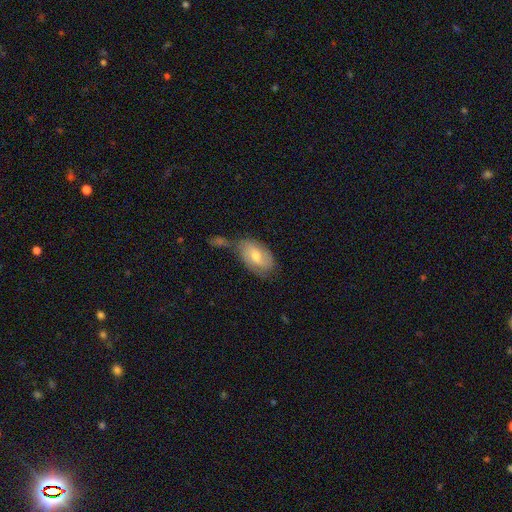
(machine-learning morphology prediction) Q: Smooth or featured?
A: smooth (52%); runner-up: featured or disk (41%)
Q: How rounded?
A: in between (91%); runner-up: round (6%)
Q: Merging?
A: none (50%); runner-up: minor disturbance (22%)